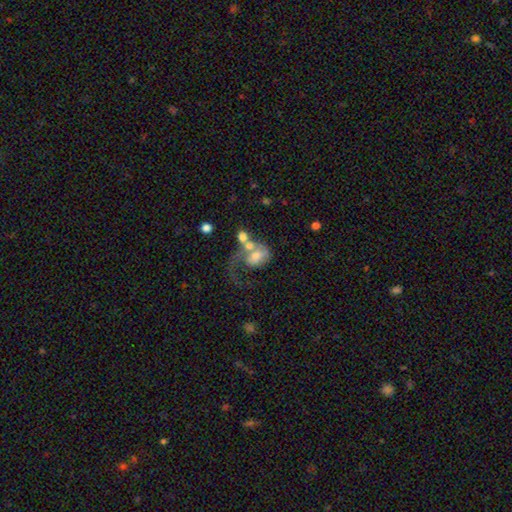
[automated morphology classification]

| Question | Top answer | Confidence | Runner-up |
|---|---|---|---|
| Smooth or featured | featured or disk | 51% | smooth (39%) |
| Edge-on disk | no | 97% | yes (3%) |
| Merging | major disturbance | 42% | merger (33%) |